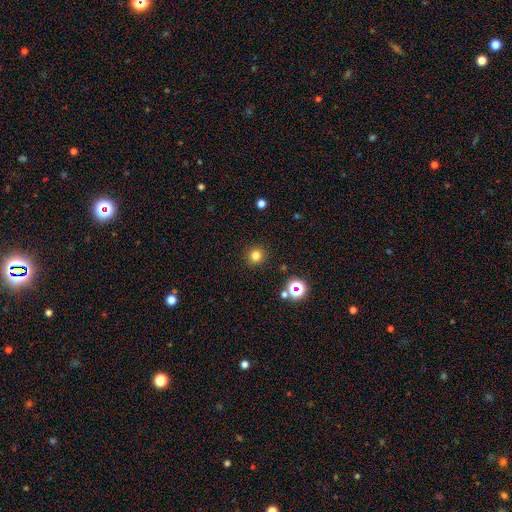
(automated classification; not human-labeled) Morphology: type=smooth (77%); roundness=round (93%); merging=none (91%).